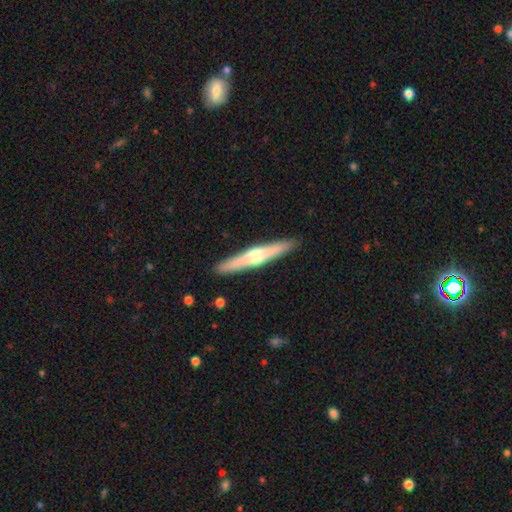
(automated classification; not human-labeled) A featured or disk galaxy (59%) viewed edge-on (96%) with a rounded central bulge (88%).

Vote fractions:
- Smooth or featured? featured or disk: 59% / smooth: 36% / star or artifact: 5%
- Edge-on disk? yes: 96% / no: 4%
- Edge-on bulge? rounded: 88% / none: 8% / boxy: 4%
- Merging? none: 91% / minor disturbance: 6% / major disturbance: 1% / merger: 1%